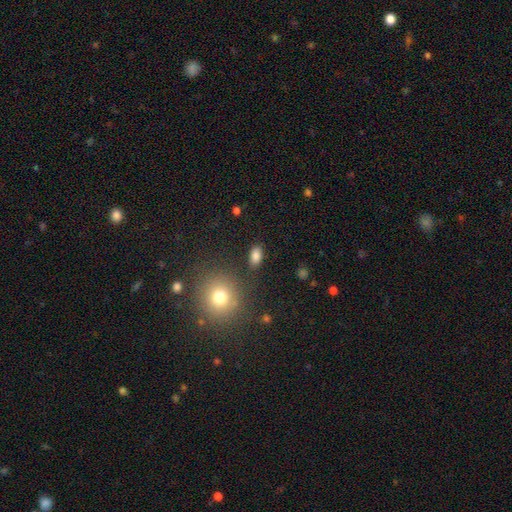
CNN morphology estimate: Smooth or featured?
  - smooth: 84% *
  - star or artifact: 10%
  - featured or disk: 6%
How rounded?
  - in between: 88% *
  - round: 9%
  - cigar-shaped: 3%
Merging?
  - none: 85% *
  - minor disturbance: 9%
  - major disturbance: 3%
  - merger: 3%